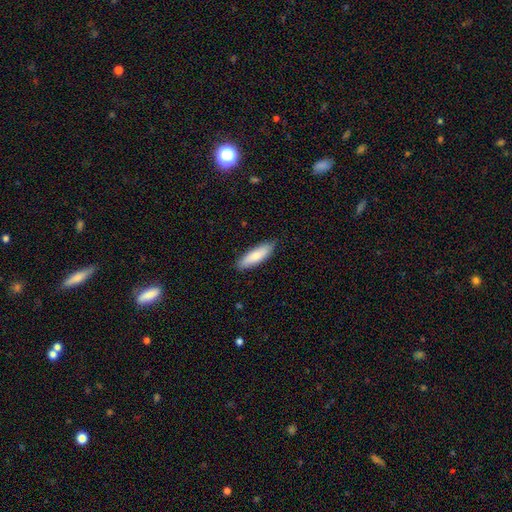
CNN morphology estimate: Smooth or featured?
  - smooth: 78% *
  - featured or disk: 16%
  - star or artifact: 5%
How rounded?
  - cigar-shaped: 55% *
  - in between: 43%
  - round: 2%
Merging?
  - none: 85% *
  - minor disturbance: 12%
  - major disturbance: 2%
  - merger: 1%